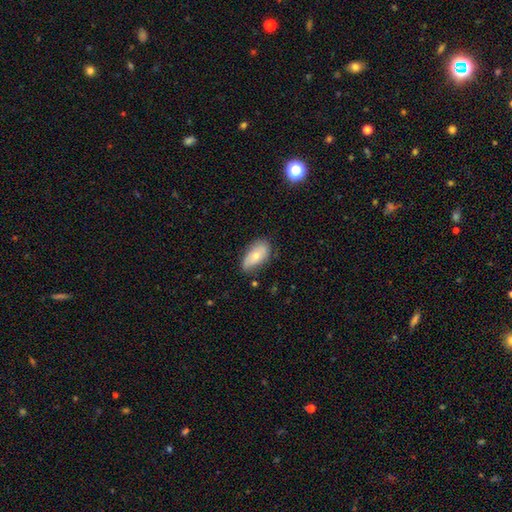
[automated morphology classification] The model was most divided on "merging": none: 65%, minor disturbance: 28%, major disturbance: 5%, merger: 2%. More confident: how rounded — in between (92%); smooth or featured — smooth (67%).